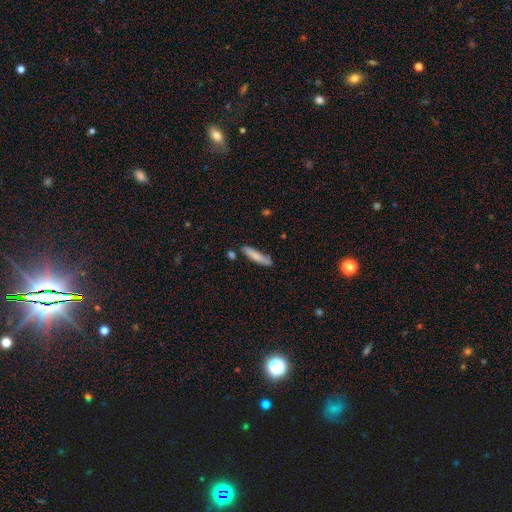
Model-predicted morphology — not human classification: A smooth galaxy with no disk features (78%) that is cigar-shaped (82%).

Vote fractions:
- Smooth or featured? smooth: 78% / featured or disk: 16% / star or artifact: 6%
- How rounded? cigar-shaped: 82% / in between: 17% / round: 1%
- Merging? none: 73% / minor disturbance: 17% / merger: 6% / major disturbance: 4%